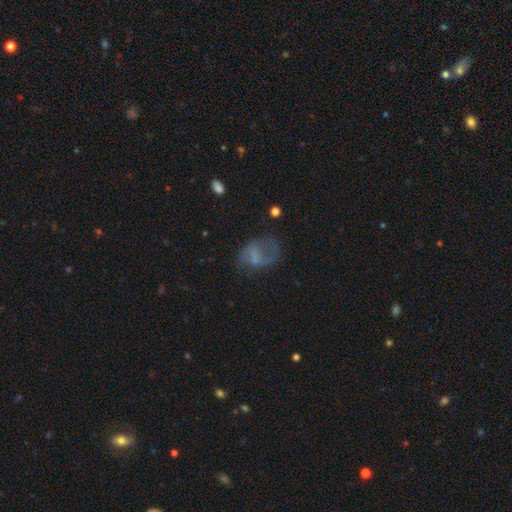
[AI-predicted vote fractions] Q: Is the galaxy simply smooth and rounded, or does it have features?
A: featured or disk — 47%.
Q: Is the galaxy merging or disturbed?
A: none — 42%.